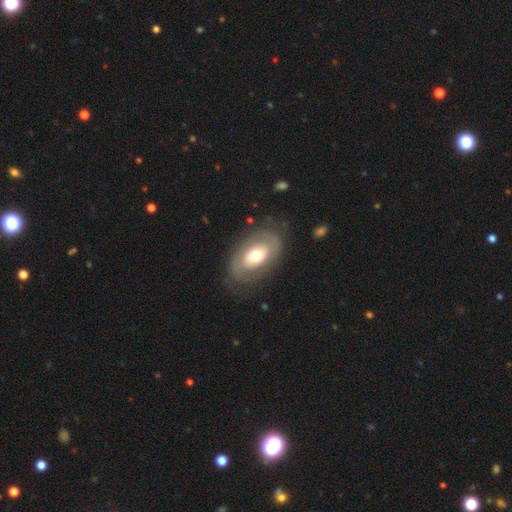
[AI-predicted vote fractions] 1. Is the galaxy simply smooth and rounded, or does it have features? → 53% featured or disk, 41% smooth, 6% star or artifact.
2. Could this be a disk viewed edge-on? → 92% no, 8% yes.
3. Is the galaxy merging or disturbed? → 76% none, 15% minor disturbance, 8% major disturbance, 1% merger.